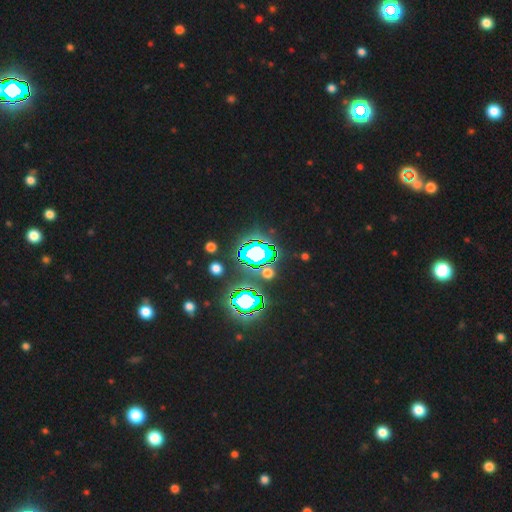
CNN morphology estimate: Q: Smooth or featured?
A: star or artifact (71%); runner-up: smooth (17%)